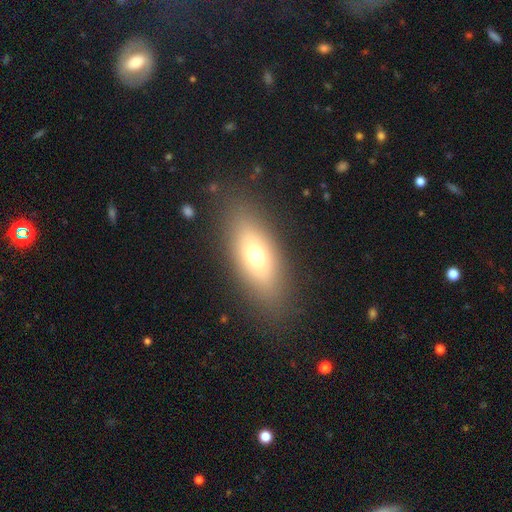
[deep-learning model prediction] This appears to be a smooth galaxy with no disk features (65%) that is in between round and cigar-shaped (74%). Merging: none (84%).